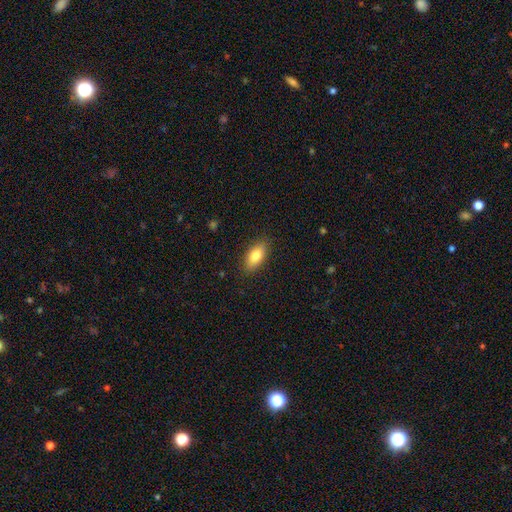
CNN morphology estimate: Overall: smooth (79%). How rounded: in between (87%). Merging: none (87%).